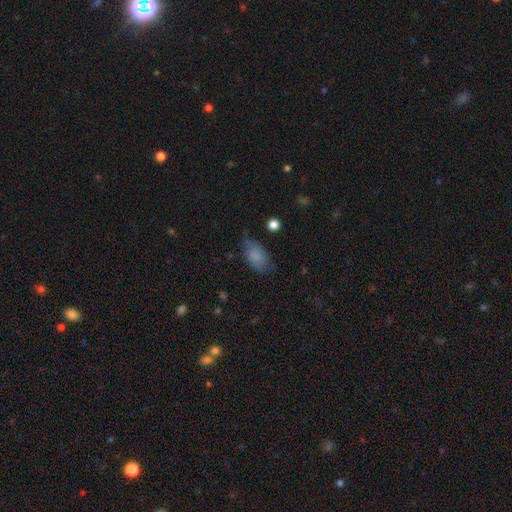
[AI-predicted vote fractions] smooth 79%, featured or disk 12%, star or artifact 8%. Down the decision tree: how rounded — in between (91%); merging — none (68%).